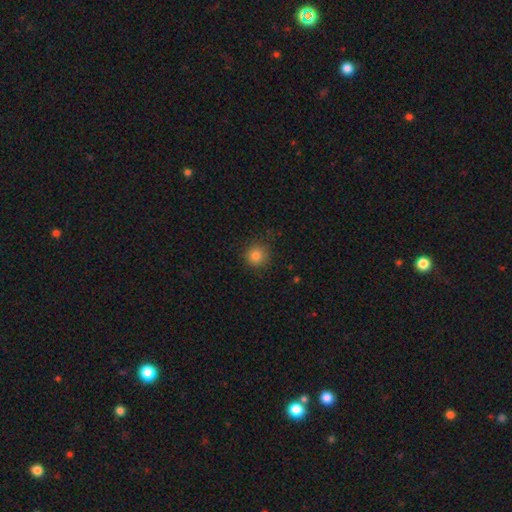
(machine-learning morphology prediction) smooth-or-featured: smooth: 83% | star or artifact: 12% | featured or disk: 5%
  how-rounded: round: 93% | in between: 6% | cigar-shaped: 1%
  merging: none: 87% | minor disturbance: 9% | major disturbance: 3% | merger: 1%